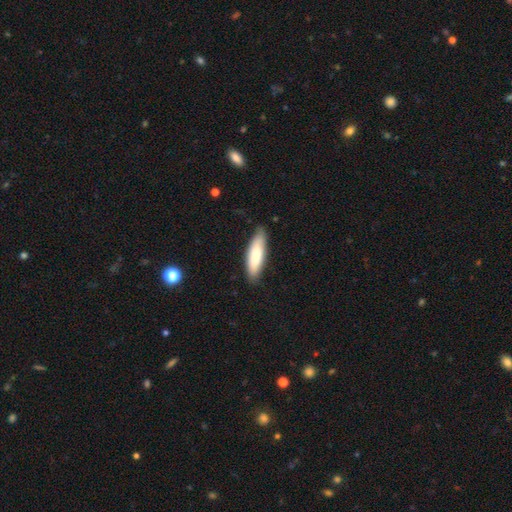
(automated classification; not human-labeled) Smooth or featured? smooth (82%)
How rounded? cigar-shaped (56%)
Merging? none (81%)